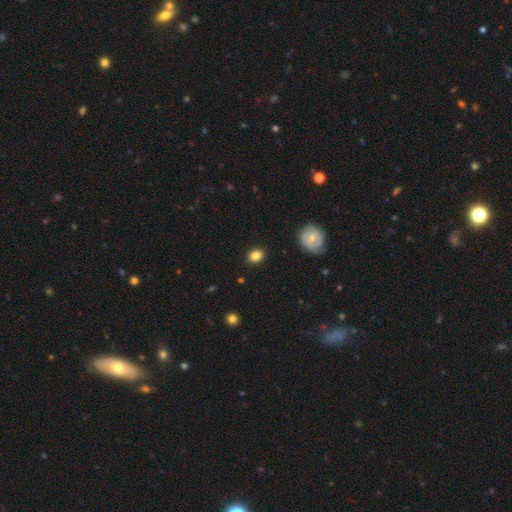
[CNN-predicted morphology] Q: Smooth or featured?
A: smooth (84%); runner-up: star or artifact (9%)
Q: How rounded?
A: in between (59%); runner-up: round (40%)
Q: Merging?
A: none (87%); runner-up: minor disturbance (10%)